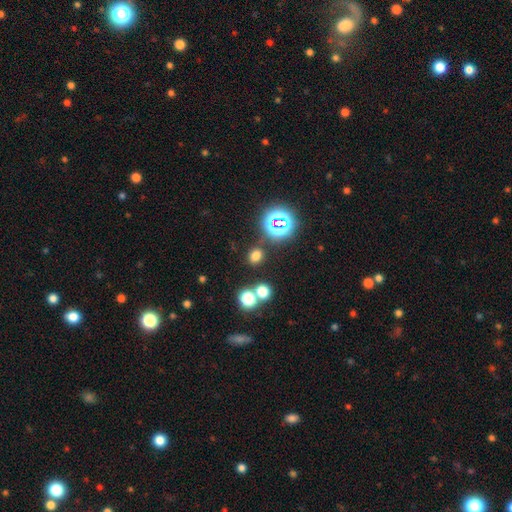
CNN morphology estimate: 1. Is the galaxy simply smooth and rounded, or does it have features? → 68% smooth, 26% star or artifact, 6% featured or disk.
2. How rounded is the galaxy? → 63% round, 36% in between, 1% cigar-shaped.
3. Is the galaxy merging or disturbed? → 81% none, 9% minor disturbance, 7% merger, 3% major disturbance.